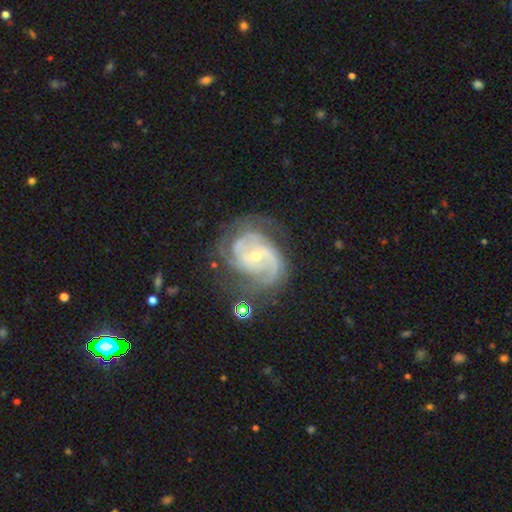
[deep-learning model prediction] smooth-or-featured: featured or disk: 89% | smooth: 6% | star or artifact: 6%
  disk-edge-on: no: 98% | yes: 2%
    bar: no: 62% | weak: 30% | strong: 8%
    has-spiral-arms: yes: 97% | no: 3%
      spiral-winding: tight: 51% | medium: 40% | loose: 10%
      spiral-arm-count: 2: 38% | 3: 27% | can't tell: 17% | 4: 8% | 1: 5% | more than 4: 5%
    bulge-size: small: 62% | moderate: 35% | large: 1% | none: 1% | dominant: 1%
  merging: none: 62% | minor disturbance: 21% | major disturbance: 14% | merger: 2%